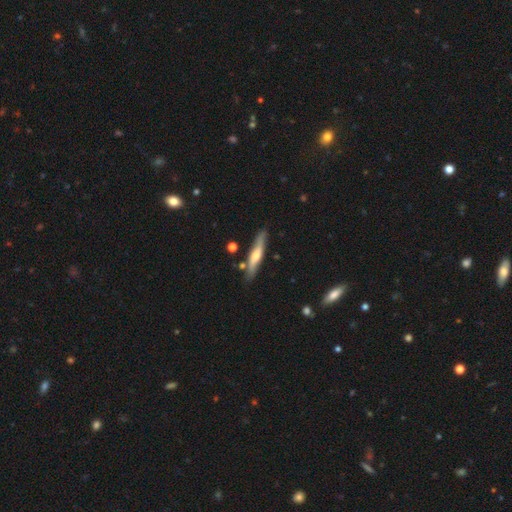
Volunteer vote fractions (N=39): Overall: smooth (49%; featured or disk 46%). How rounded: cigar-shaped (79%). Merging: none (89%).